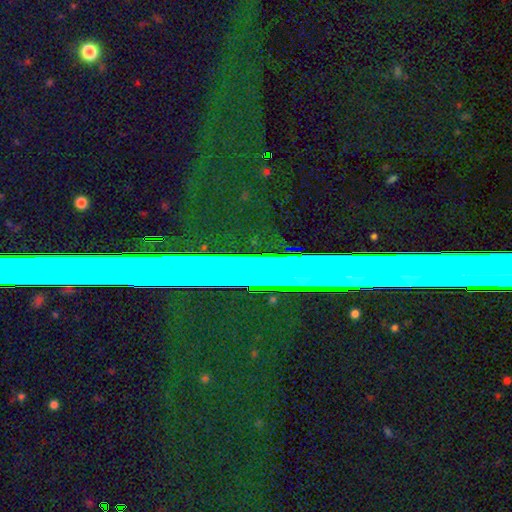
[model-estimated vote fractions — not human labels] smooth_or_featured: star or artifact (p=0.74) [alt: featured or disk p=0.14]